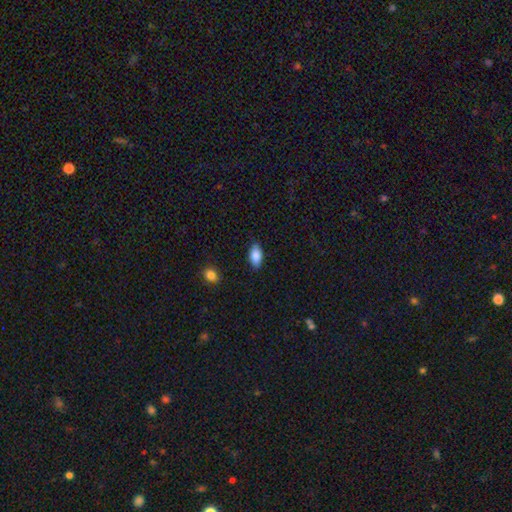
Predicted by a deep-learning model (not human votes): Smooth or featured?
  - smooth: 86% *
  - featured or disk: 7%
  - star or artifact: 7%
How rounded?
  - in between: 90% *
  - cigar-shaped: 6%
  - round: 3%
Merging?
  - none: 85% *
  - minor disturbance: 11%
  - major disturbance: 2%
  - merger: 1%